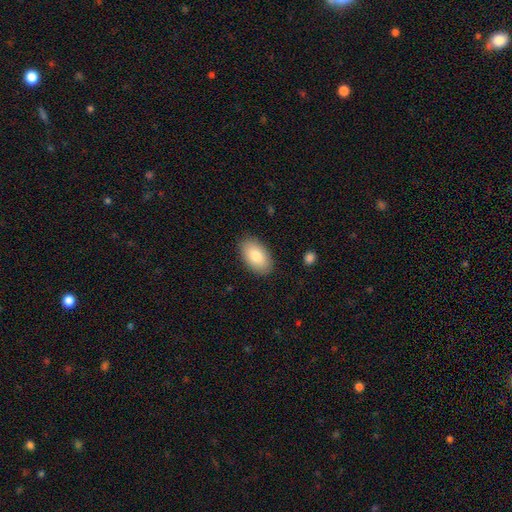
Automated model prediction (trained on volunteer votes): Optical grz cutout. It shows a smooth galaxy with no disk features (82%) that is in between round and cigar-shaped (95%). Merging: none (87%).